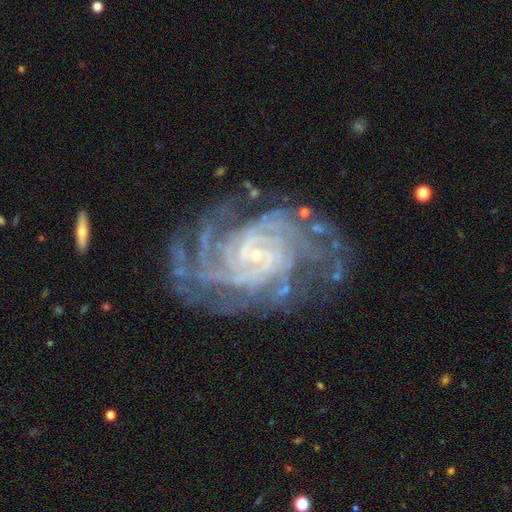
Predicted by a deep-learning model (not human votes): featured or disk 92%, star or artifact 5%, smooth 3%. Down the decision tree: edge-on disk — no (98%); bar — no (52%); spiral arms — yes (98%); spiral arm count — 4 (29%); spiral winding — tight (72%); bulge size — small (85%); merging — none (72%).